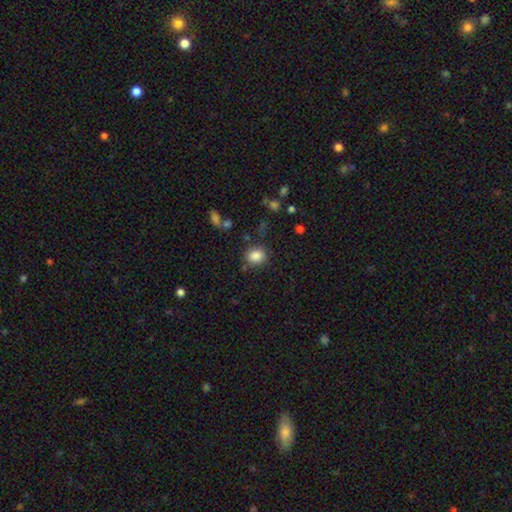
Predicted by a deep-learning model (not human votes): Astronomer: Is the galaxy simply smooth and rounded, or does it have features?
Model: smooth — 85%.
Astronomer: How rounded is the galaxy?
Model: round — 64%.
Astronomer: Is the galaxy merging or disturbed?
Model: none — 77%.